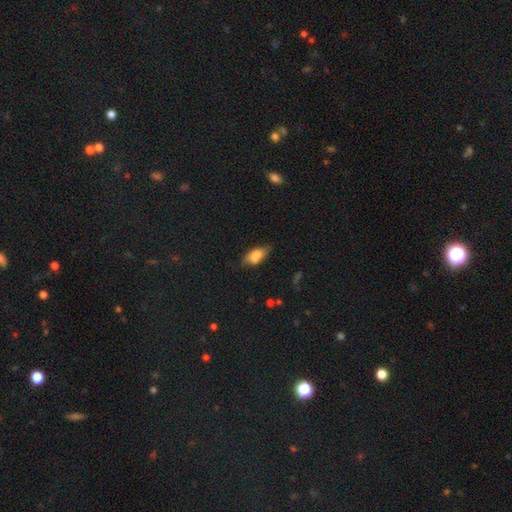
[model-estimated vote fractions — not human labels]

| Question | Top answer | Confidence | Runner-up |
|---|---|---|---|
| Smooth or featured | smooth | 76% | featured or disk (16%) |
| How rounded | in between | 85% | cigar-shaped (11%) |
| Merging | none | 59% | minor disturbance (29%) |